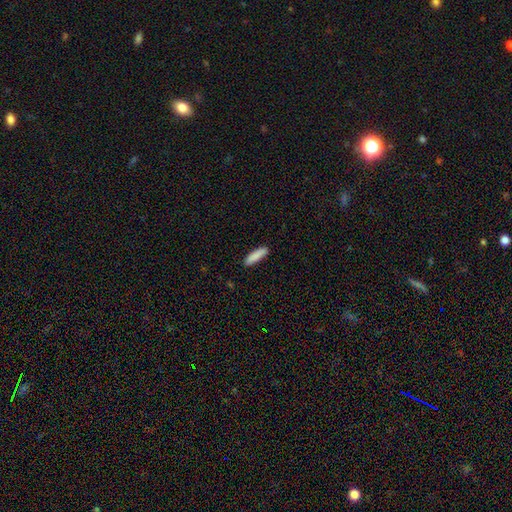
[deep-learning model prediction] A smooth galaxy with no disk features (88%) that is cigar-shaped (70%). Merging: none (89%).